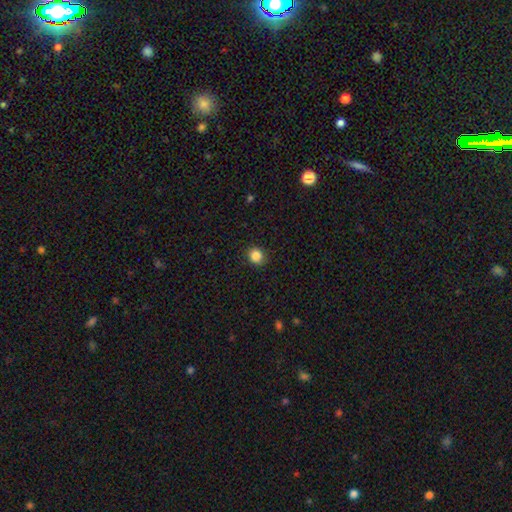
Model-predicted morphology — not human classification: This appears to be a smooth galaxy with no disk features (86%) that is round (84%). Merging: none (91%).